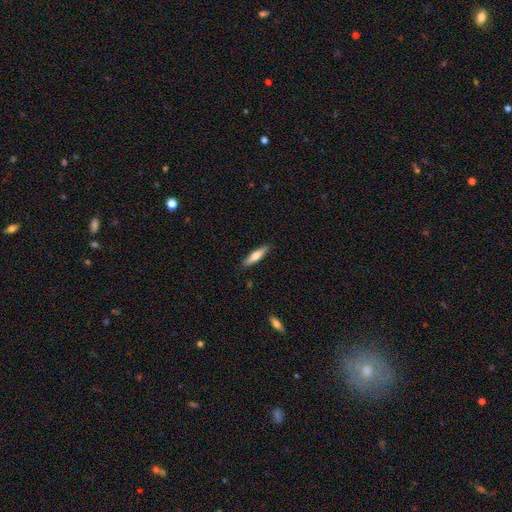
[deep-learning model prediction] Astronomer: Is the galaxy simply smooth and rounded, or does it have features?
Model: smooth — 62%.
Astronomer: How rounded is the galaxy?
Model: cigar-shaped — 78%.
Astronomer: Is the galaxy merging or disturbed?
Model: none — 89%.